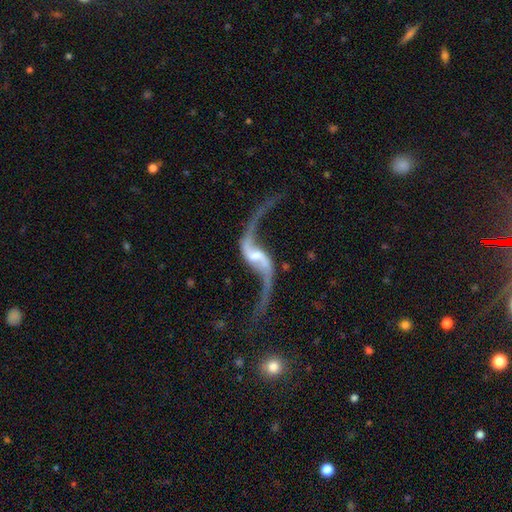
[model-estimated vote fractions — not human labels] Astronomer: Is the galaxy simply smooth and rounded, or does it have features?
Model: featured or disk — 92%.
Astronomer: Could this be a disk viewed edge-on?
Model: no — 96%.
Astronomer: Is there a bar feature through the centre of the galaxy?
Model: weak — 44% (runner-up: strong, 34%).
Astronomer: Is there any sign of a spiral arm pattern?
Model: yes — 97%.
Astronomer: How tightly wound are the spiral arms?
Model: loose — 96%.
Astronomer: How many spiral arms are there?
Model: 2 — 94%.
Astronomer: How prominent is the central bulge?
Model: small — 35% (runner-up: moderate, 29%).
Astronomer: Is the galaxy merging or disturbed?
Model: none — 67%.